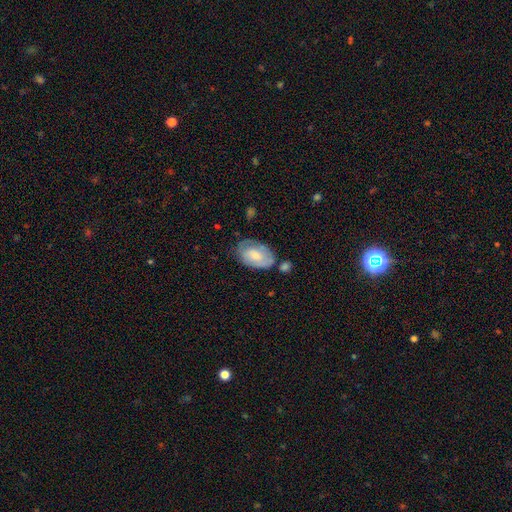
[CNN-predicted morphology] This appears to be a smooth galaxy with no disk features (61%) that is in between round and cigar-shaped (91%). Merging: none (54%).